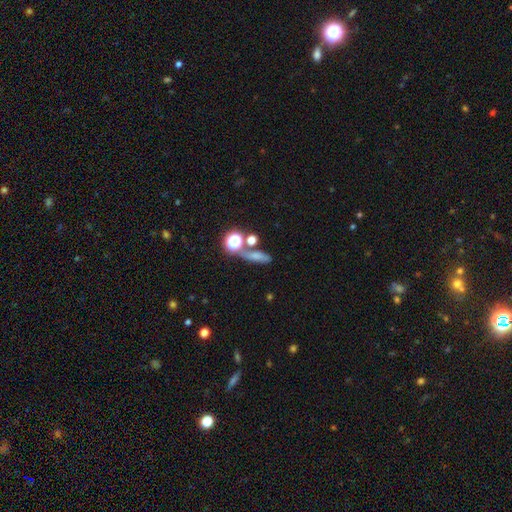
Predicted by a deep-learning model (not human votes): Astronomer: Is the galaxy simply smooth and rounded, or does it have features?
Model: smooth — 60%.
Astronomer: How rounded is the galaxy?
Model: cigar-shaped — 40% (runner-up: in between, 32%).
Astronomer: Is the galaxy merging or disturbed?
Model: none — 54%.